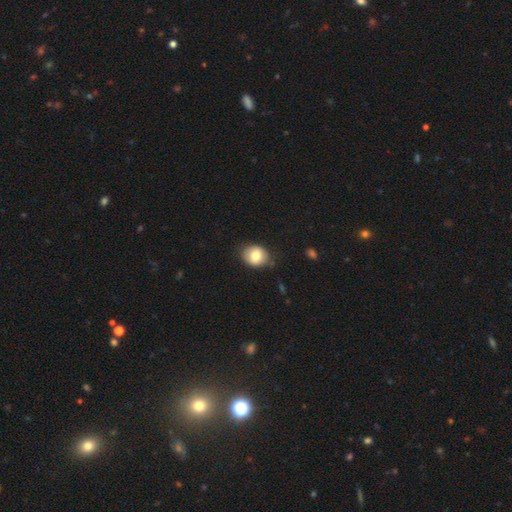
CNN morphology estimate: Smooth or featured?
  - smooth: 77% *
  - featured or disk: 14%
  - star or artifact: 8%
How rounded?
  - round: 59% *
  - in between: 40%
  - cigar-shaped: 1%
Merging?
  - none: 78% *
  - minor disturbance: 16%
  - major disturbance: 4%
  - merger: 2%